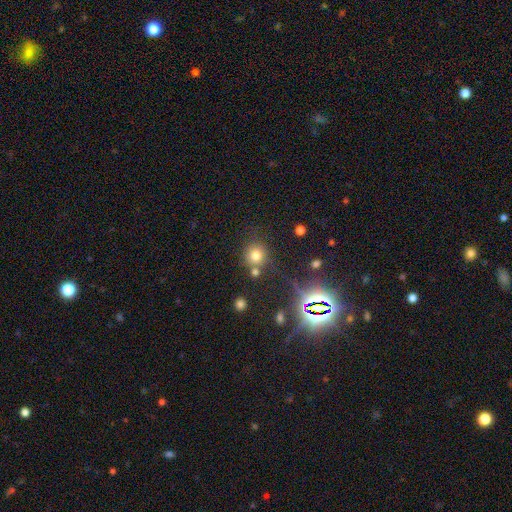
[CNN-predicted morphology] type=smooth (72%); roundness=round (88%); merging=none (69%).